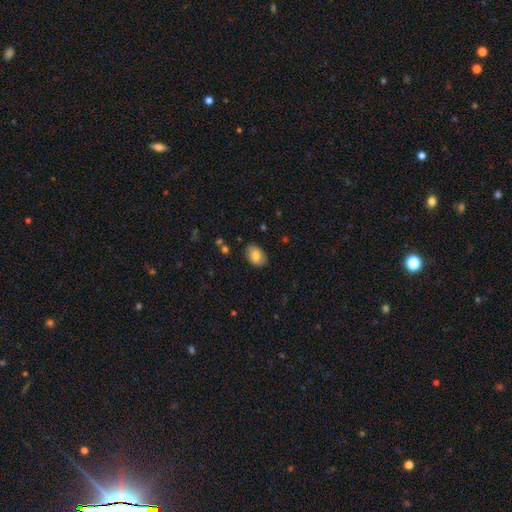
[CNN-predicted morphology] smooth_or_featured: smooth (p=0.80) [alt: featured or disk p=0.13]
how_rounded: in between (p=0.85) [alt: round p=0.14]
merging: none (p=0.82) [alt: minor disturbance p=0.14]